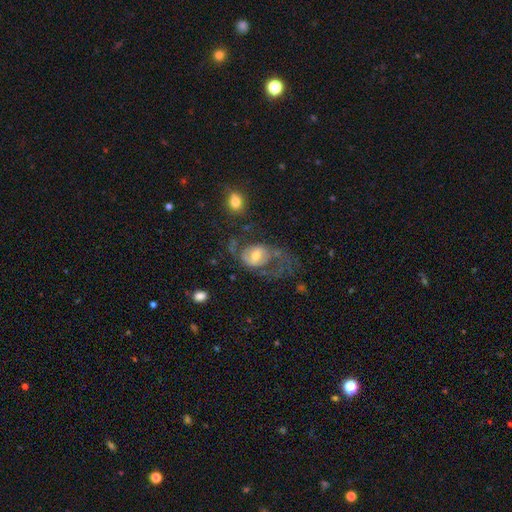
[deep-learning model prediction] Overall: featured or disk (64%; smooth 28%). Edge-on disk: no (96%). Bar: no (52%; weak 37%). Spiral arms: yes (73%). Bulge size: moderate (64%). Merging: major disturbance (48%; none 30%).